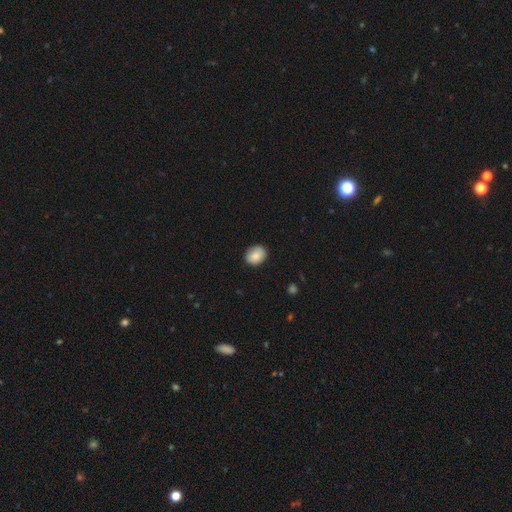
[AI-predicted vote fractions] smooth-or-featured: smooth: 85% | featured or disk: 8% | star or artifact: 7%
  how-rounded: round: 52% | in between: 47% | cigar-shaped: 1%
  merging: none: 86% | minor disturbance: 11% | major disturbance: 2% | merger: 1%